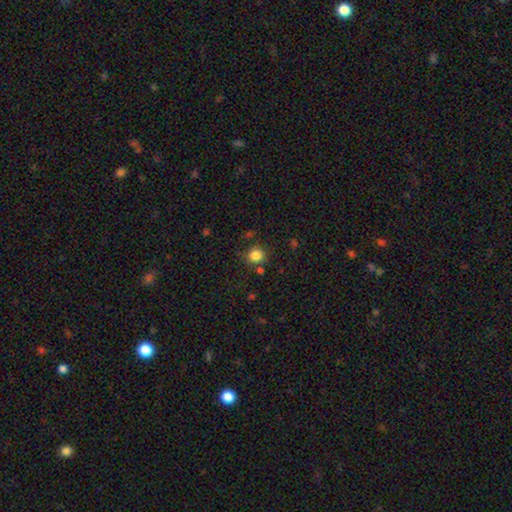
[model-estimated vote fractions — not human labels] Q: Smooth or featured?
A: smooth (84%); runner-up: star or artifact (12%)
Q: How rounded?
A: round (90%); runner-up: in between (9%)
Q: Merging?
A: none (82%); runner-up: minor disturbance (10%)